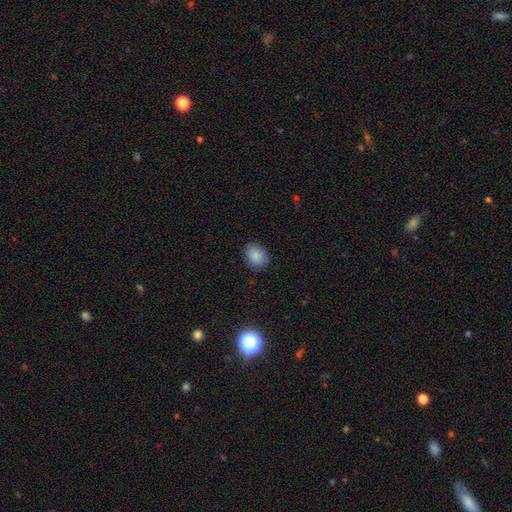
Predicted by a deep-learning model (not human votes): Overall: smooth (87%). How rounded: round (50%; in between 49%). Merging: none (86%).